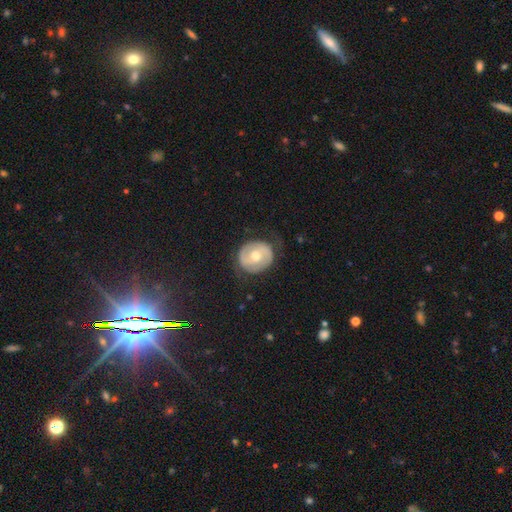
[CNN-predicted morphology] Smooth or featured? featured or disk (57%)
Edge-on disk? no (97%)
Bar? no (54%)
Spiral arms? yes (63%)
Bulge size? moderate (75%)
Merging? none (69%)